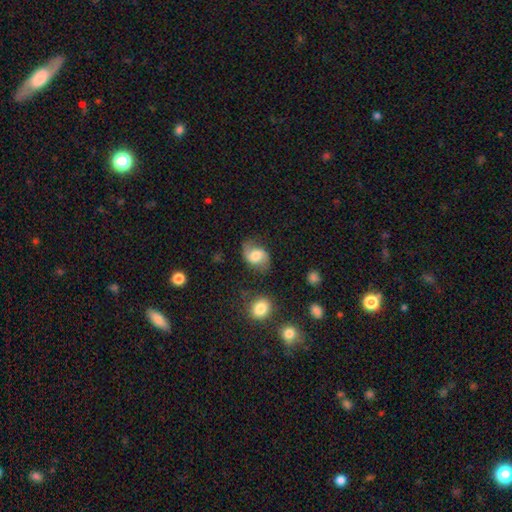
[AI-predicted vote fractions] Morphology: type=featured or disk (57%); edge-on=no (97%); bar=no (48%); spiral arms=yes (90%); bulge=moderate (48%); merging=none (67%).